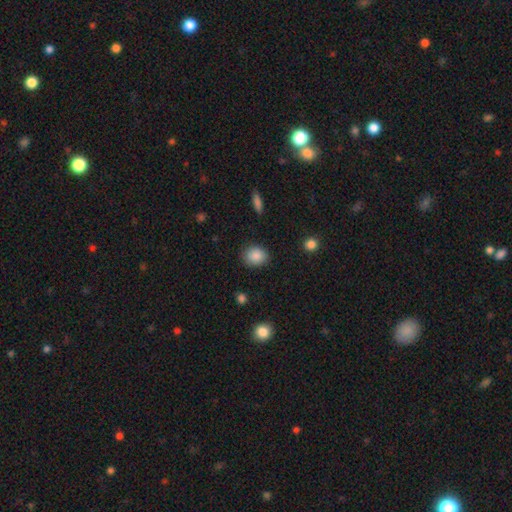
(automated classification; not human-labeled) The model was most divided on "how rounded": round: 54%, in between: 44%, cigar-shaped: 1%. More confident: smooth or featured — smooth (87%); merging — none (86%).